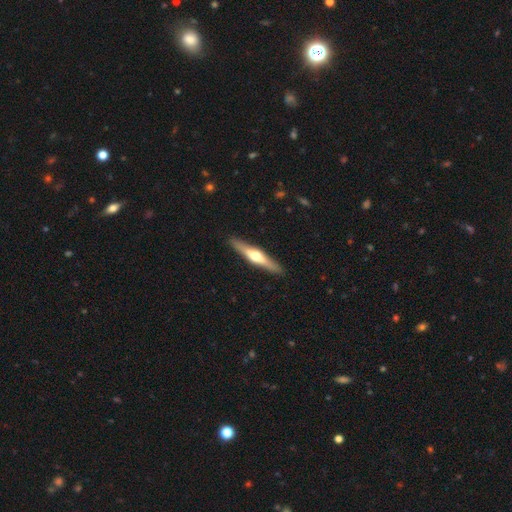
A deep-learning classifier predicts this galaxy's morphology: This appears to be a featured or disk galaxy (65%) viewed edge-on (96%) with a rounded central bulge (93%). Merging: none (91%).